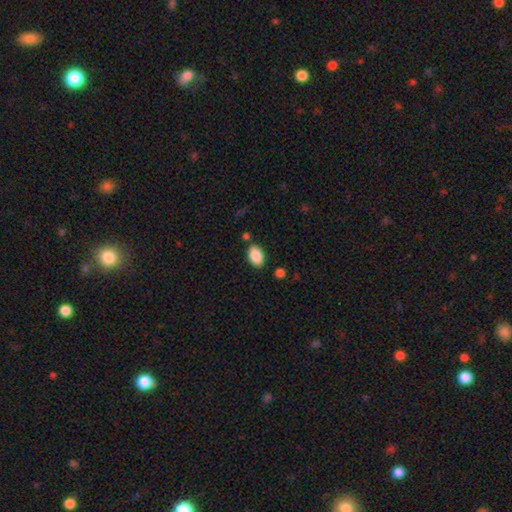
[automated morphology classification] smooth_or_featured: smooth (p=0.89) [alt: star or artifact p=0.07]
how_rounded: in between (p=0.92) [alt: round p=0.07]
merging: none (p=0.82) [alt: minor disturbance p=0.11]